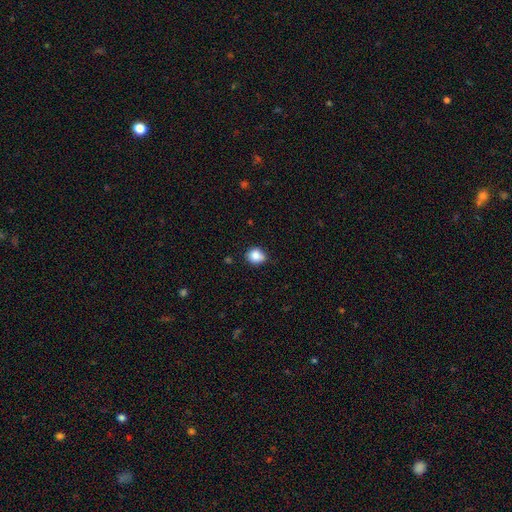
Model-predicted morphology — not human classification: Smooth or featured? Predicted: smooth (p=0.86). How rounded? Predicted: round (p=0.72). Merging? Predicted: none (p=0.71).